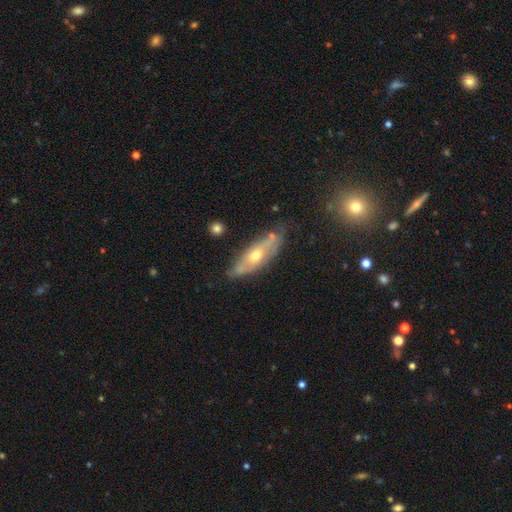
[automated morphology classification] Q: Smooth or featured?
A: featured or disk (61%); runner-up: smooth (33%)
Q: Edge-on disk?
A: no (58%); runner-up: yes (42%)
Q: Merging?
A: none (67%); runner-up: minor disturbance (23%)